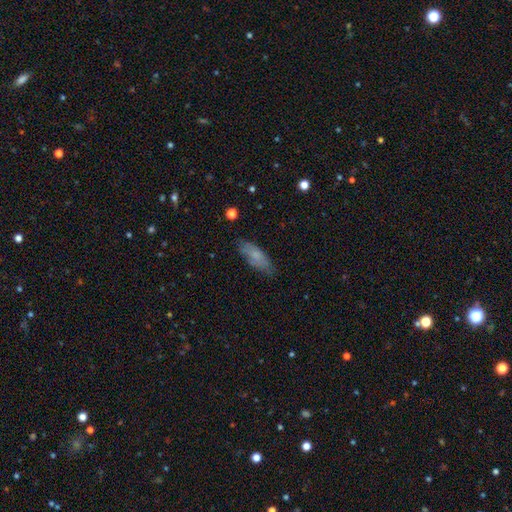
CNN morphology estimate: Smooth or featured? Predicted: smooth (p=0.72). How rounded? Predicted: in between (p=0.64). Merging? Predicted: none (p=0.77).